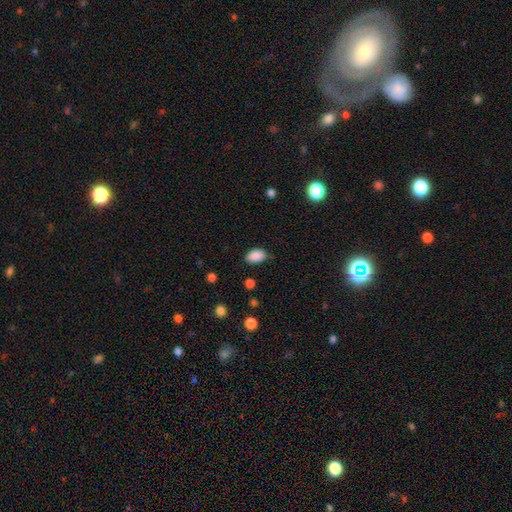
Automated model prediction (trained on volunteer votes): Smooth or featured?
  - smooth: 88% *
  - star or artifact: 8%
  - featured or disk: 4%
How rounded?
  - in between: 90% *
  - round: 9%
  - cigar-shaped: 1%
Merging?
  - none: 79% *
  - minor disturbance: 16%
  - major disturbance: 3%
  - merger: 2%